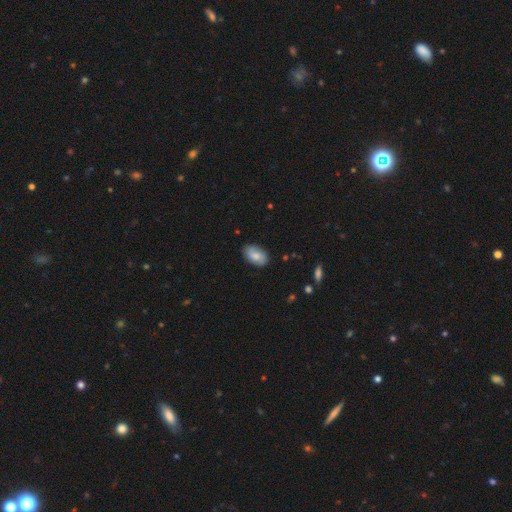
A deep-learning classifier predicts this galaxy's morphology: The model was most divided on "smooth or featured": smooth: 68%, featured or disk: 25%, star or artifact: 7%. More confident: how rounded — in between (91%); merging — none (81%).